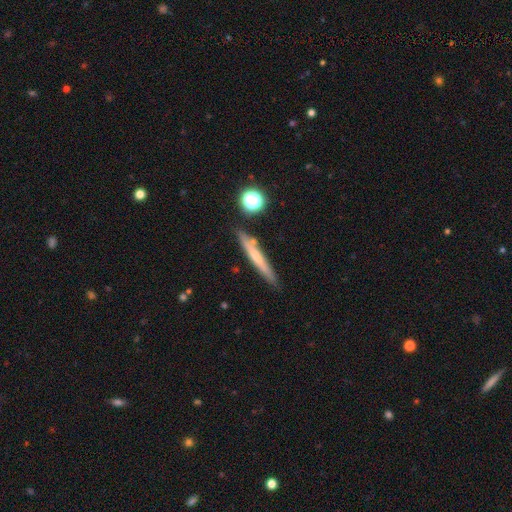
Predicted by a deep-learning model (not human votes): Smooth or featured?
  - smooth: 49% *
  - featured or disk: 43%
  - star or artifact: 8%
Merging?
  - none: 81% *
  - minor disturbance: 11%
  - merger: 5%
  - major disturbance: 2%